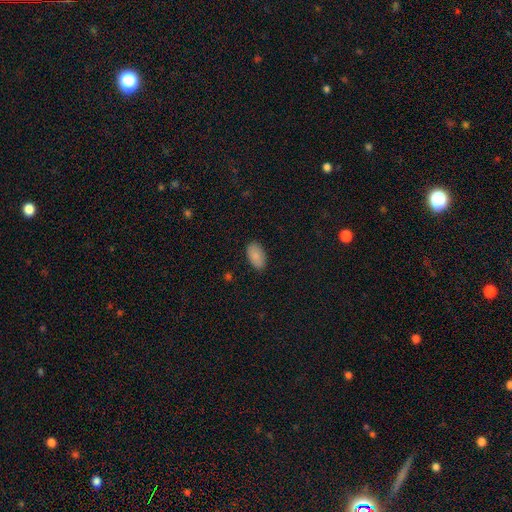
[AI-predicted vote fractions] A smooth galaxy with no disk features (89%) that is in between round and cigar-shaped (95%). Merging: none (88%).